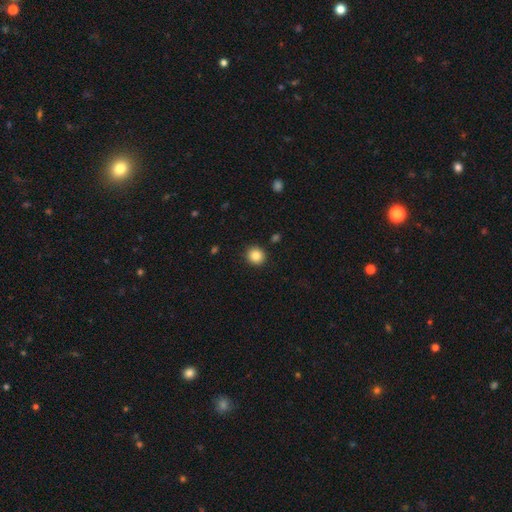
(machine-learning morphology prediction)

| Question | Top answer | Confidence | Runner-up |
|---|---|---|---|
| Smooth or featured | smooth | 86% | star or artifact (10%) |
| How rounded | round | 90% | in between (10%) |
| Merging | none | 91% | minor disturbance (6%) |